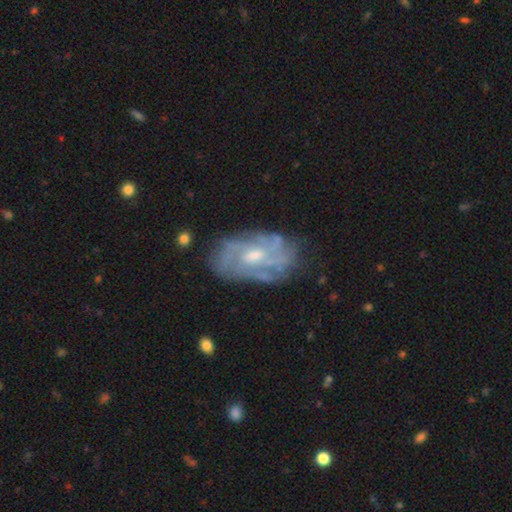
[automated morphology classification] This appears to be a featured or disk galaxy (80%) with no bar (52%), tight (52%) spiral arms (85%) and a moderate central bulge (49%). Merging: none (71%).